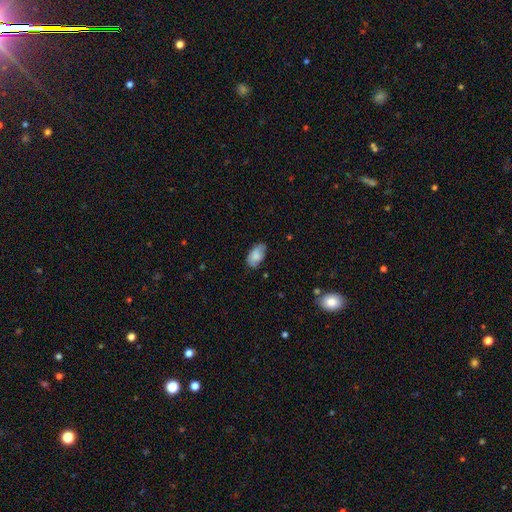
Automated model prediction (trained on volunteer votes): This appears to be a smooth galaxy with no disk features (80%) that is in between round and cigar-shaped (93%). Merging: none (70%).